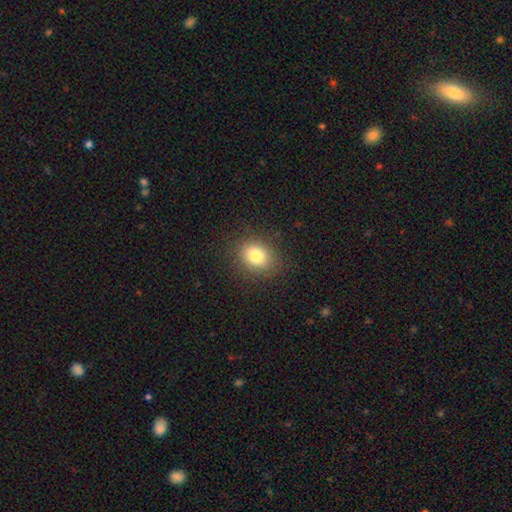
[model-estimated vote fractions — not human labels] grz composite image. It shows a smooth galaxy with no disk features (80%) that is round (56%). Merging: none (86%).